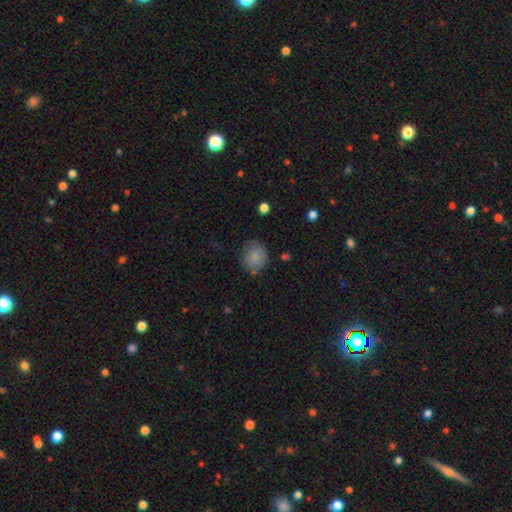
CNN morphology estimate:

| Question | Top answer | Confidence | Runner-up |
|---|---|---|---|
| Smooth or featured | smooth | 84% | star or artifact (8%) |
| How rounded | round | 70% | in between (29%) |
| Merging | none | 73% | minor disturbance (18%) |